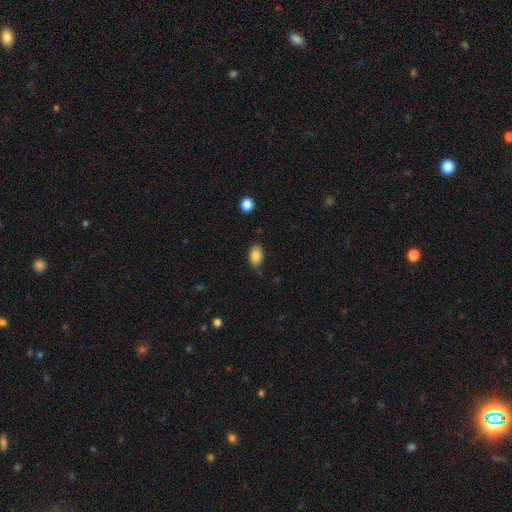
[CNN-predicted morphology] This is clearly a smooth galaxy (85%). How rounded: clearly in between (88%). Merging: likely none (76%).